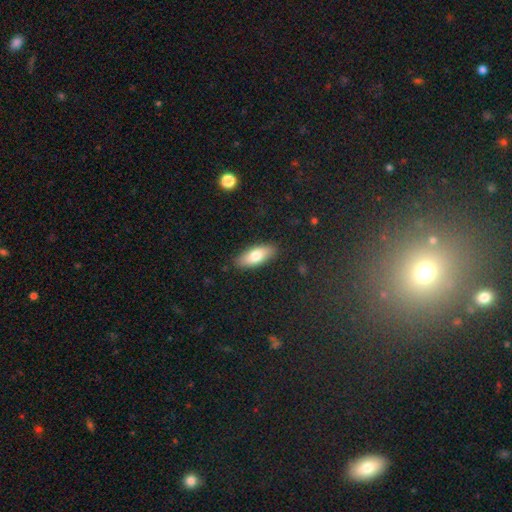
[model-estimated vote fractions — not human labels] Q: Smooth or featured?
A: smooth (76%); runner-up: featured or disk (18%)
Q: How rounded?
A: in between (79%); runner-up: cigar-shaped (19%)
Q: Merging?
A: none (87%); runner-up: minor disturbance (10%)